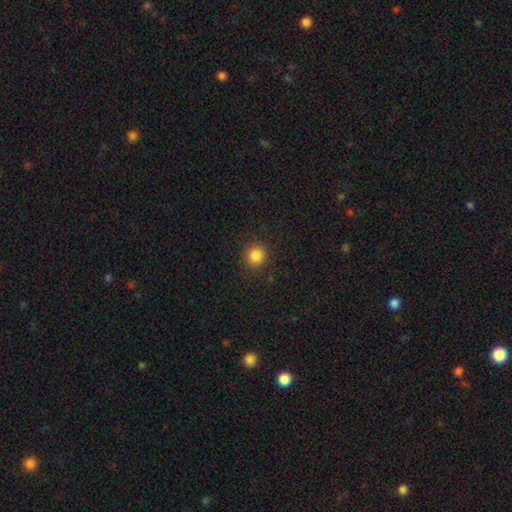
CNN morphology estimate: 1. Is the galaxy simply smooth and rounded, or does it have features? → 85% smooth, 11% star or artifact, 4% featured or disk.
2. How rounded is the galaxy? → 93% round, 6% in between, 1% cigar-shaped.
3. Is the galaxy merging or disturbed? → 90% none, 7% minor disturbance, 2% major disturbance, 1% merger.